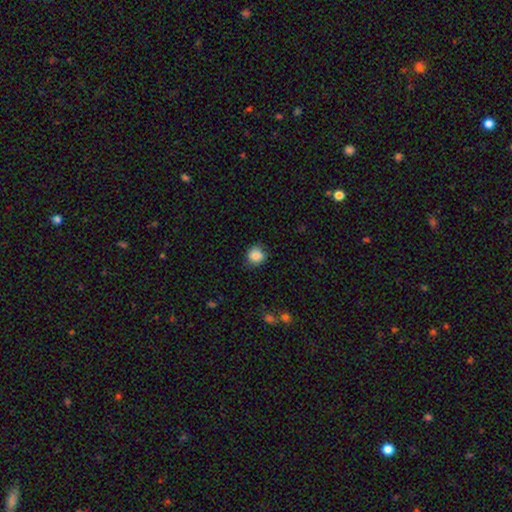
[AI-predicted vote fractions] A smooth galaxy with no disk features (86%) that is round (81%). Merging: none (78%).